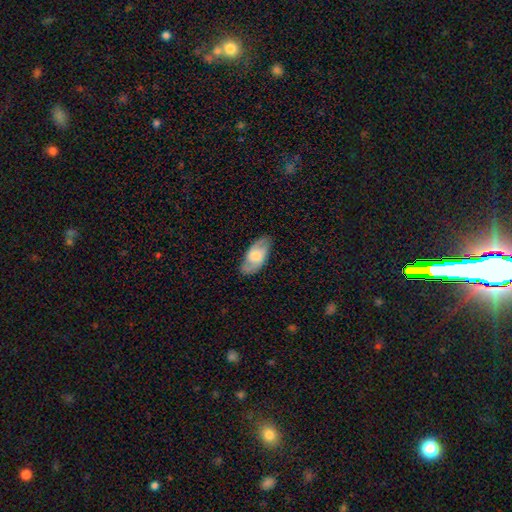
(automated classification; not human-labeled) A smooth galaxy with no disk features (48%). Merging: none (81%).